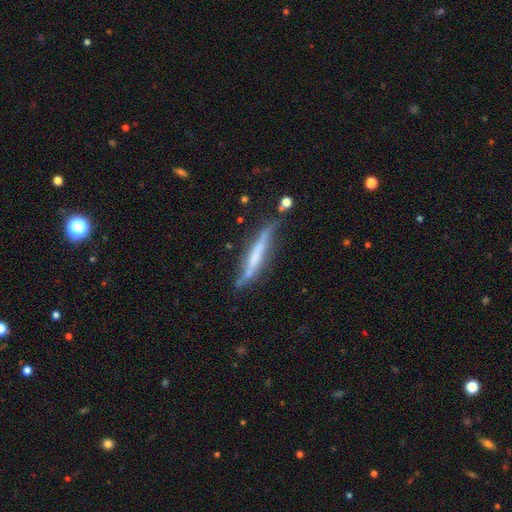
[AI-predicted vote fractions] Smooth or featured: featured or disk — 60% (smooth — 33%)
Edge-on disk: yes — 87% (no — 13%)
Edge-on bulge: none — 59% (rounded — 21%)
Merging: none — 60% (minor disturbance — 27%)